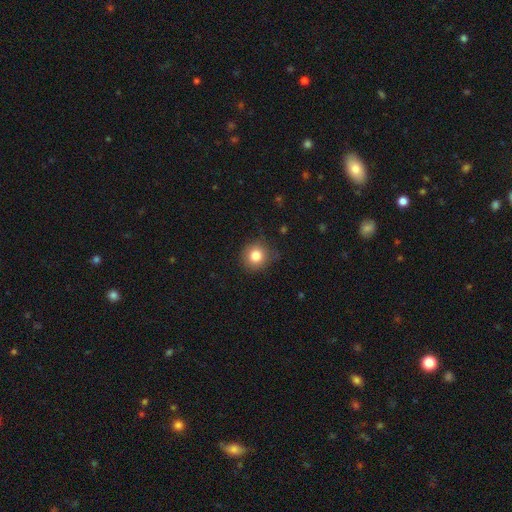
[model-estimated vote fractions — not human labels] This is clearly a smooth galaxy (82%). How rounded: clearly round (89%). Merging: clearly none (83%).